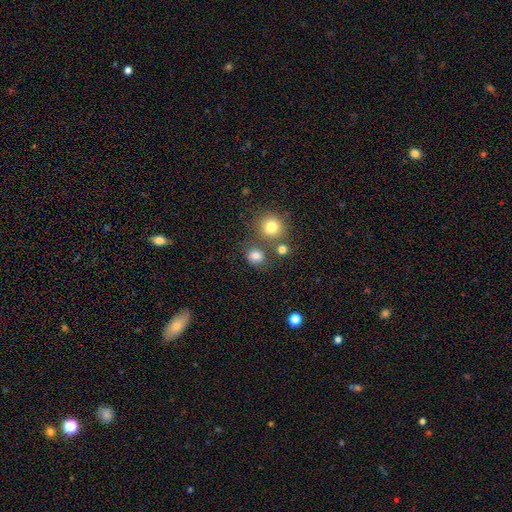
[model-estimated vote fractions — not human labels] Overall: smooth (78%). How rounded: round (69%; in between 30%). Merging: none (68%).